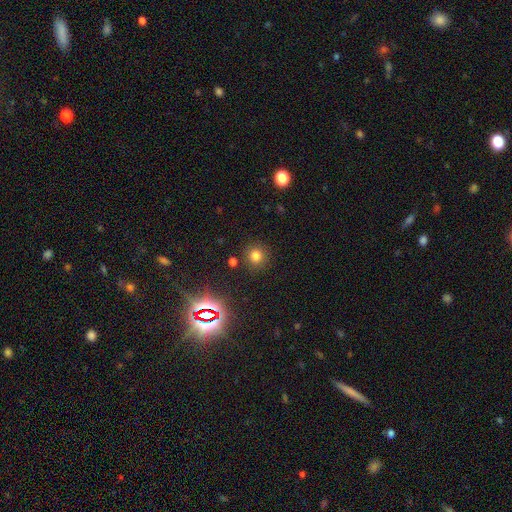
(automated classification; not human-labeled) Smooth or featured?
  - smooth: 73% *
  - star or artifact: 20%
  - featured or disk: 6%
How rounded?
  - round: 92% *
  - in between: 7%
  - cigar-shaped: 1%
Merging?
  - none: 87% *
  - minor disturbance: 7%
  - merger: 3%
  - major disturbance: 3%